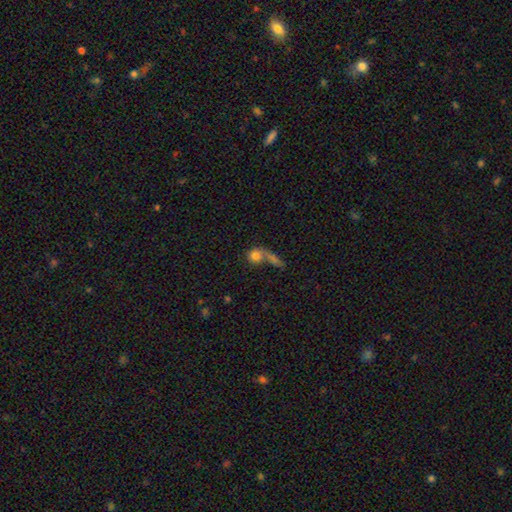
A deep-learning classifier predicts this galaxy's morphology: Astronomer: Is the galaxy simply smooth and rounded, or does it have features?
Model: smooth — 75%.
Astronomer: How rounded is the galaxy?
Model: round — 74%.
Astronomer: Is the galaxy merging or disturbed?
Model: merger — 50% (runner-up: none, 29%).